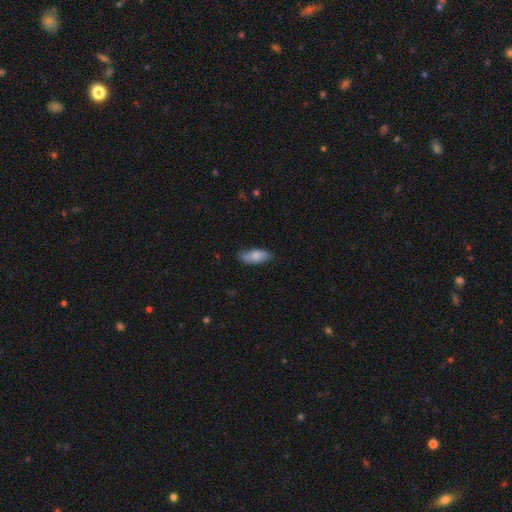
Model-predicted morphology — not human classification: smooth 78%, featured or disk 16%, star or artifact 6%. Down the decision tree: how rounded — in between (79%); merging — none (77%).